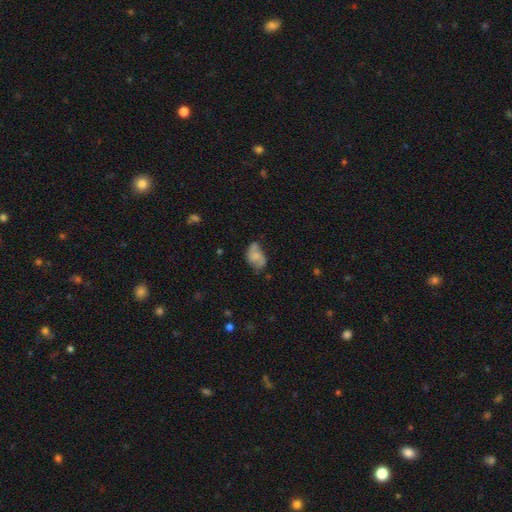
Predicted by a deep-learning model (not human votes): This appears to be a smooth galaxy with no disk features (54%) that is in between round and cigar-shaped (84%). Merging: none (44%).